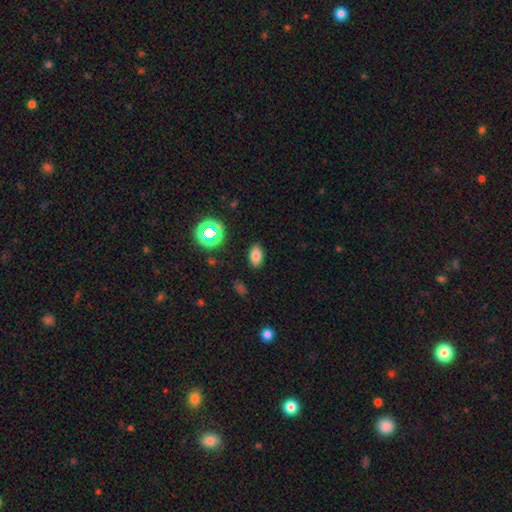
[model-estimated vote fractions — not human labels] Smooth or featured: smooth — 76% (star or artifact — 16%)
How rounded: in between — 90% (round — 8%)
Merging: none — 87% (minor disturbance — 9%)